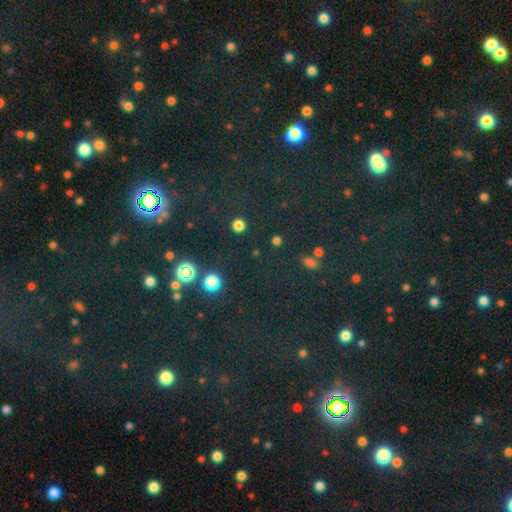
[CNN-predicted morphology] A star or artifact, not a galaxy (67%).

Vote fractions:
- Smooth or featured? star or artifact: 67% / smooth: 25% / featured or disk: 9%